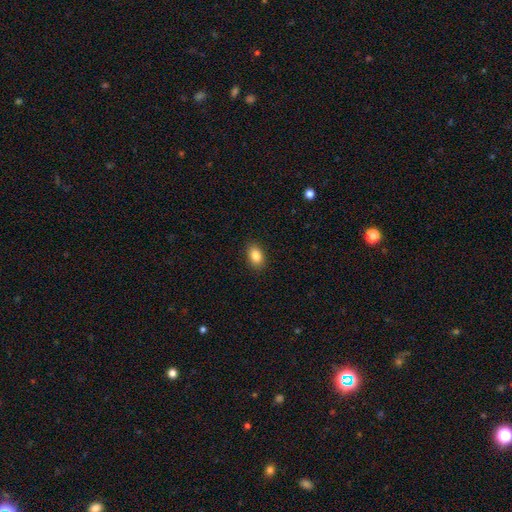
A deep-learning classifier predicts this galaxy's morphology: Q: Smooth or featured?
A: smooth (85%); runner-up: star or artifact (9%)
Q: How rounded?
A: in between (84%); runner-up: round (15%)
Q: Merging?
A: none (89%); runner-up: minor disturbance (8%)